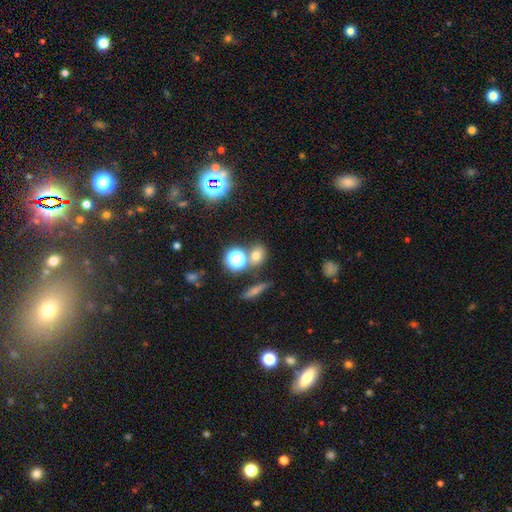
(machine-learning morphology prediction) smooth-or-featured: smooth: 67% | star or artifact: 23% | featured or disk: 10%
  how-rounded: round: 55% | in between: 41% | cigar-shaped: 4%
  merging: none: 67% | merger: 19% | minor disturbance: 10% | major disturbance: 4%